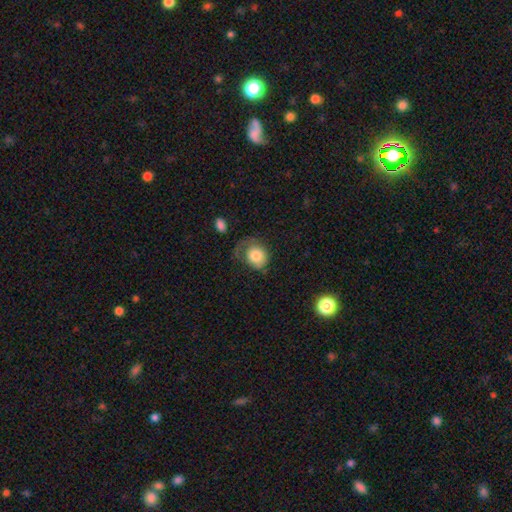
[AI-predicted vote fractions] A smooth galaxy with no disk features (73%) that is round (62%).

Vote fractions:
- Smooth or featured? smooth: 73% / featured or disk: 19% / star or artifact: 8%
- How rounded? round: 62% / in between: 37% / cigar-shaped: 1%
- Merging? major disturbance: 37% / none: 33% / minor disturbance: 26% / merger: 3%